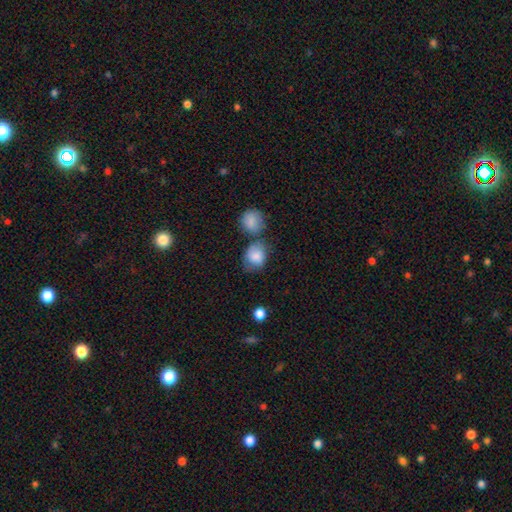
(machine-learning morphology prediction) A smooth galaxy with no disk features (83%) that is round (58%). Merging: none (46%).